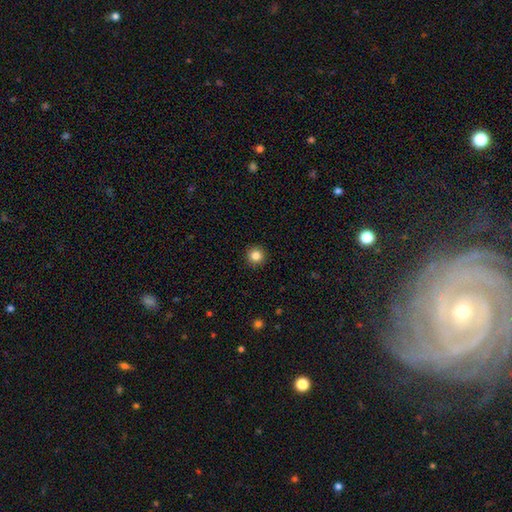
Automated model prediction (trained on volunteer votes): Smooth or featured? Predicted: smooth (p=0.85). How rounded? Predicted: round (p=0.95). Merging? Predicted: none (p=0.93).